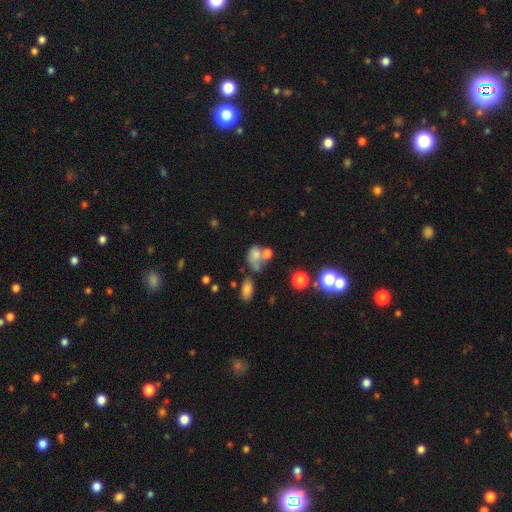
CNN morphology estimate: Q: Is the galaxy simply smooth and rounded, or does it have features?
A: smooth — 65%.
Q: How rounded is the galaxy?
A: in between — 64%.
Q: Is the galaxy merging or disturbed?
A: merger — 44%.